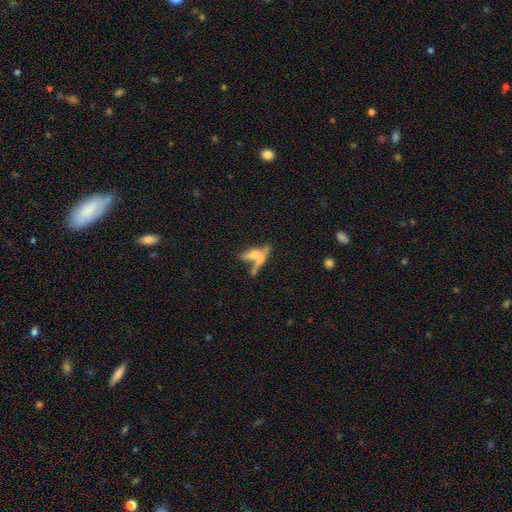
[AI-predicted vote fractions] Smooth or featured?
  - smooth: 51% *
  - featured or disk: 38%
  - star or artifact: 11%
How rounded?
  - cigar-shaped: 58% *
  - in between: 37%
  - round: 5%
Merging?
  - merger: 49% *
  - none: 34%
  - minor disturbance: 10%
  - major disturbance: 7%